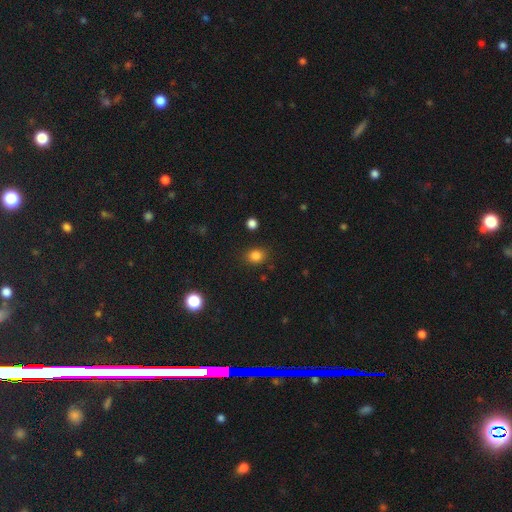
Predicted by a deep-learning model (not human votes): This is clearly a smooth galaxy (83%). How rounded: possibly round (58%). Merging: clearly none (85%).